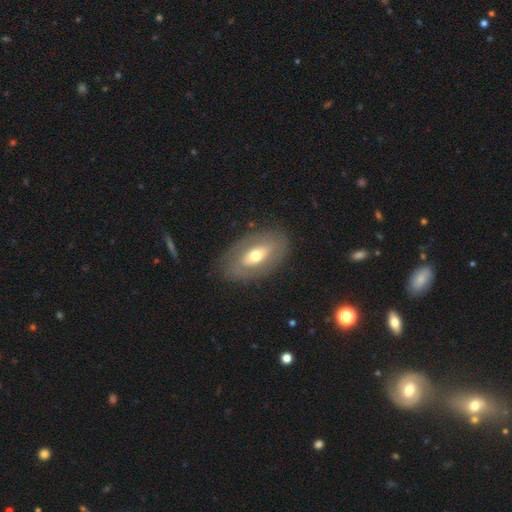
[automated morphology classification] featured or disk 49%, smooth 44%, star or artifact 7%. Down the decision tree: merging — none (81%).